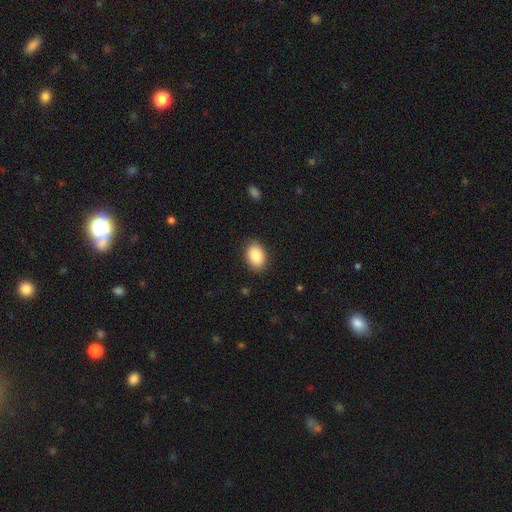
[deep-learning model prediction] Smooth or featured? smooth (89%)
How rounded? in between (83%)
Merging? none (87%)